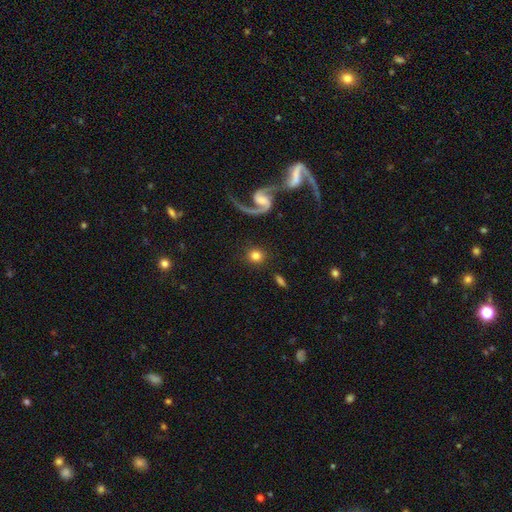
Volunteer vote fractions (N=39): A smooth galaxy with no disk features (79%) that is round (84%). Merging: none (92%).